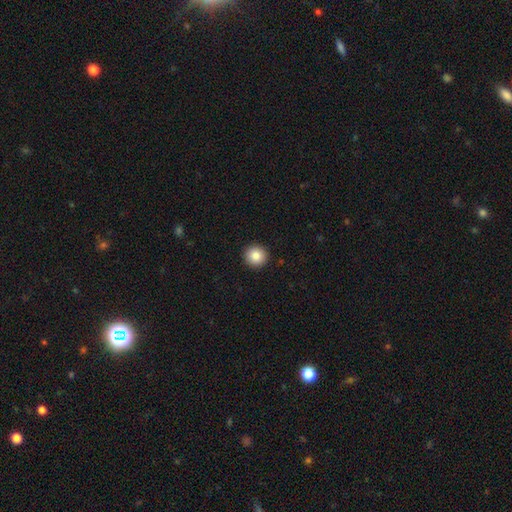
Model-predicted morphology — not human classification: This is clearly a smooth galaxy (86%). How rounded: clearly round (94%). Merging: clearly none (93%).